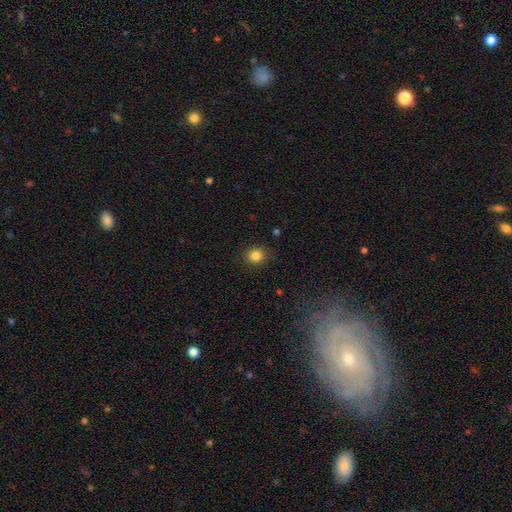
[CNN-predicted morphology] Smooth or featured? smooth (84%)
How rounded? round (80%)
Merging? none (87%)